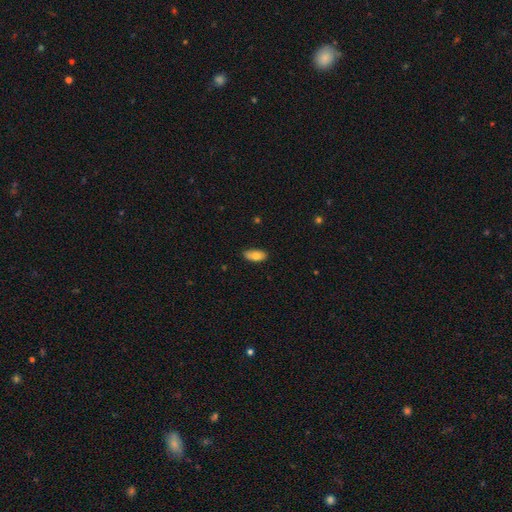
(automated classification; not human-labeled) The model was most divided on "smooth or featured": smooth: 77%, featured or disk: 17%, star or artifact: 6%. More confident: how rounded — in between (91%); merging — none (84%).